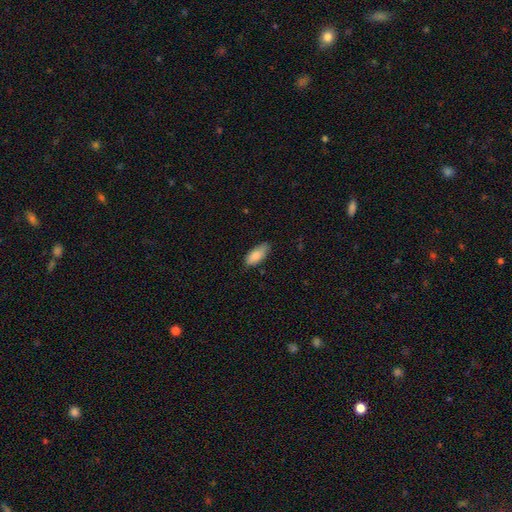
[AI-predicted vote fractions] Q: Smooth or featured?
A: smooth (87%); runner-up: featured or disk (7%)
Q: How rounded?
A: in between (83%); runner-up: cigar-shaped (15%)
Q: Merging?
A: none (76%); runner-up: minor disturbance (20%)